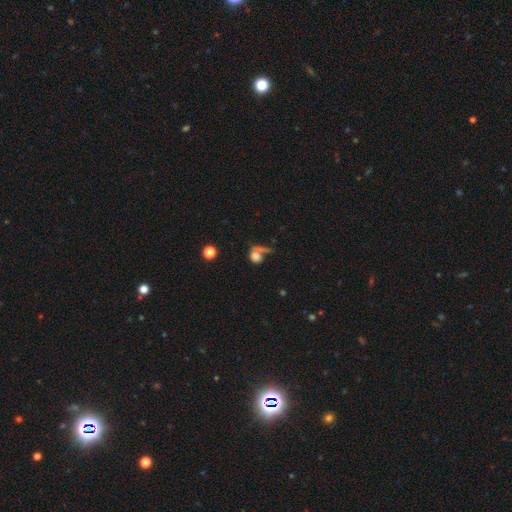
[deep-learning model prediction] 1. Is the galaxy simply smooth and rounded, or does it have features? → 69% smooth, 16% featured or disk, 15% star or artifact.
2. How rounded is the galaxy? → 59% round, 36% in between, 5% cigar-shaped.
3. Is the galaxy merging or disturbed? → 37% none, 30% merger, 20% major disturbance, 13% minor disturbance.